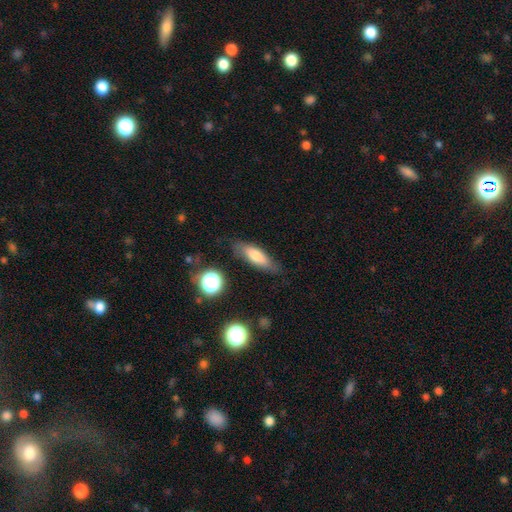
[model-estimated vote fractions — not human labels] This appears to be a smooth galaxy with no disk features (68%) that is in between round and cigar-shaped (54%). Merging: none (75%).